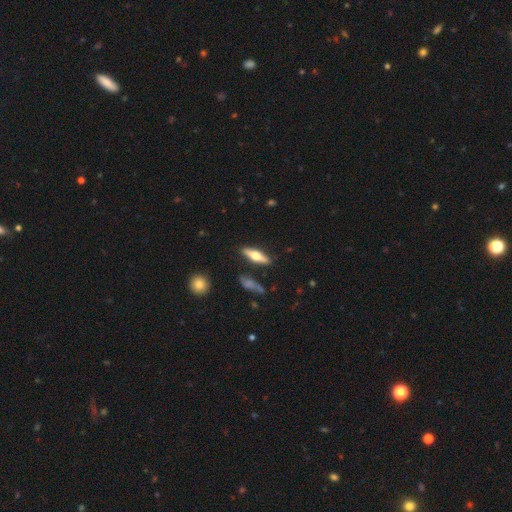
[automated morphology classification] smooth_or_featured: featured or disk (p=0.54) [alt: smooth p=0.40]
disk_edge_on: yes (p=0.93) [alt: no p=0.07]
edge_on_bulge: rounded (p=0.94) [alt: boxy p=0.04]
merging: none (p=0.85) [alt: minor disturbance p=0.10]